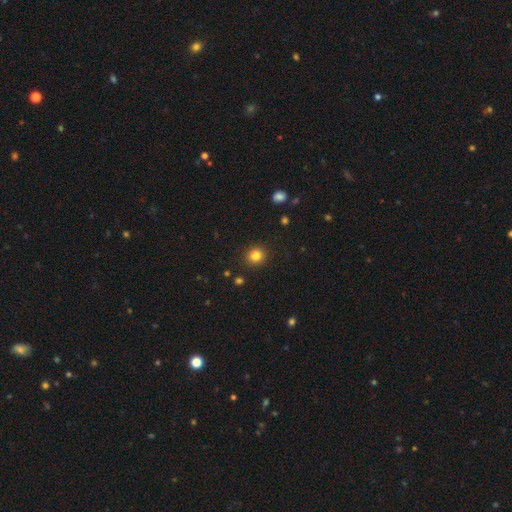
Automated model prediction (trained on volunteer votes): Smooth or featured?
  - smooth: 83% *
  - star or artifact: 12%
  - featured or disk: 5%
How rounded?
  - round: 89% *
  - in between: 10%
  - cigar-shaped: 1%
Merging?
  - none: 90% *
  - minor disturbance: 6%
  - major disturbance: 2%
  - merger: 1%